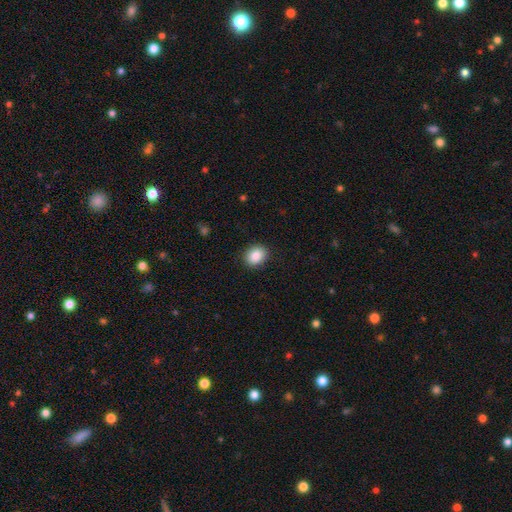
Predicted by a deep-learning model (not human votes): Q: Smooth or featured?
A: smooth (87%); runner-up: star or artifact (8%)
Q: How rounded?
A: in between (51%); runner-up: round (48%)
Q: Merging?
A: none (90%); runner-up: minor disturbance (7%)